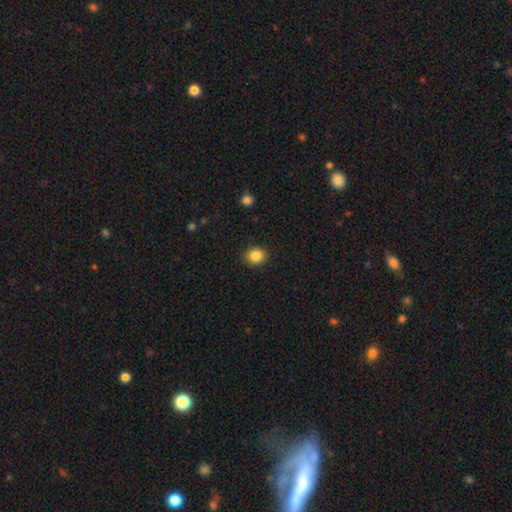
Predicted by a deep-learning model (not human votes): Overall: smooth (86%). How rounded: round (63%; in between 36%). Merging: none (88%).